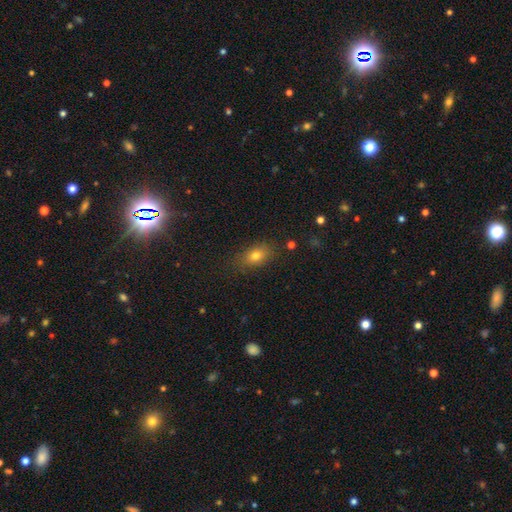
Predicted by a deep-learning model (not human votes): Smooth or featured: smooth — 76% (star or artifact — 13%)
How rounded: in between — 79% (round — 16%)
Merging: none — 80% (minor disturbance — 14%)